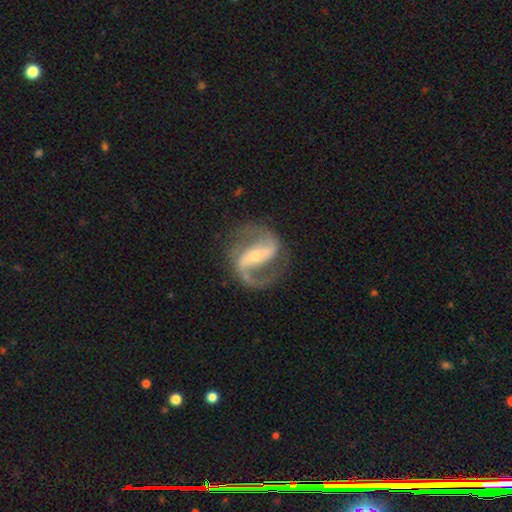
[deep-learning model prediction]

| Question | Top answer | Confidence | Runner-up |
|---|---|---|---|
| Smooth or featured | featured or disk | 91% | smooth (5%) |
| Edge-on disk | no | 97% | yes (3%) |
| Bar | strong | 54% | weak (29%) |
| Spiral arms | yes | 97% | no (3%) |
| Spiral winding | medium | 51% | loose (35%) |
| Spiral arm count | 2 | 90% | 1 (5%) |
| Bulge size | small | 59% | moderate (37%) |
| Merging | none | 77% | minor disturbance (13%) |